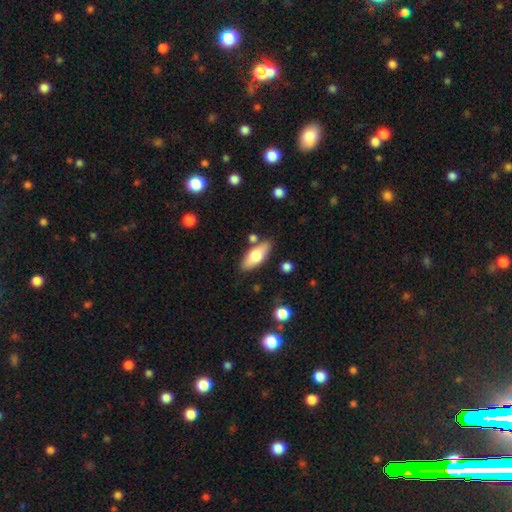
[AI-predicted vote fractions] Smooth or featured?
  - smooth: 65% *
  - featured or disk: 29%
  - star or artifact: 6%
How rounded?
  - in between: 73% *
  - cigar-shaped: 25%
  - round: 3%
Merging?
  - none: 83% *
  - minor disturbance: 11%
  - merger: 4%
  - major disturbance: 2%